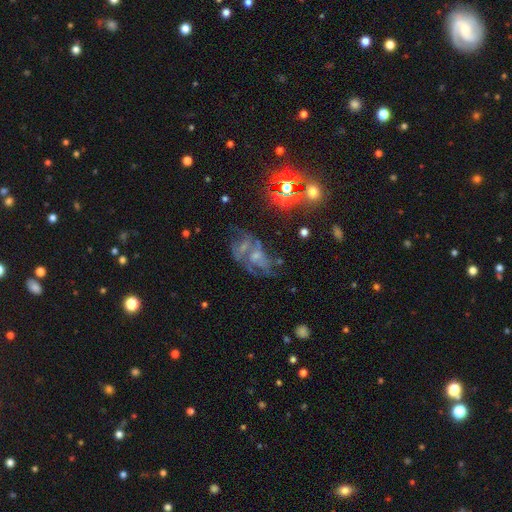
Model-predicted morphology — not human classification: featured or disk 57%, star or artifact 26%, smooth 16%. Down the decision tree: edge-on disk — no (96%); bar — no (66%); spiral arms — yes (67%); bulge size — small (50%); merging — none (36%).